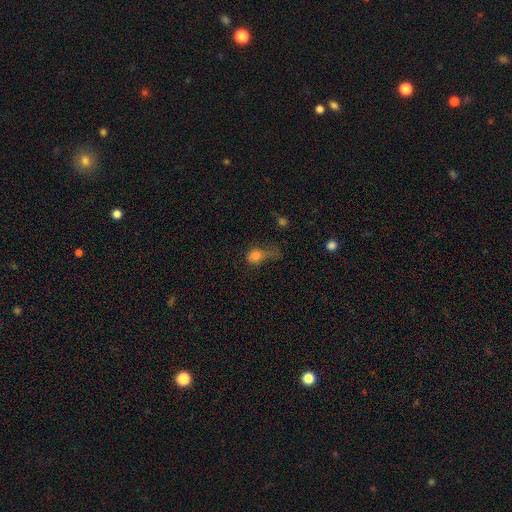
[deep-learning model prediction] Smooth or featured: smooth — 76% (star or artifact — 13%)
How rounded: round — 52% (in between — 45%)
Merging: major disturbance — 41% (none — 25%)